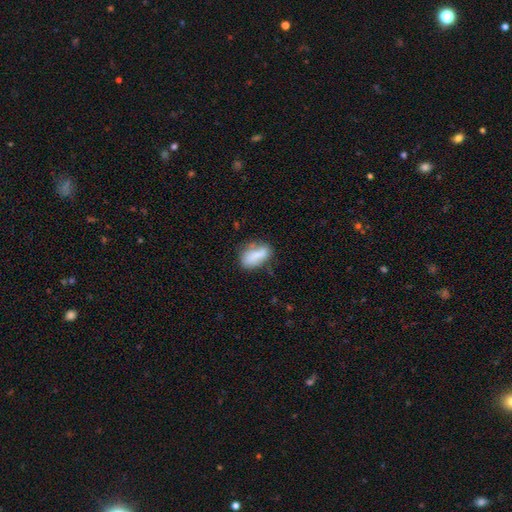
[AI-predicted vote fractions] This is likely a smooth galaxy (76%). How rounded: clearly in between (85%). Merging: possibly none (54%).